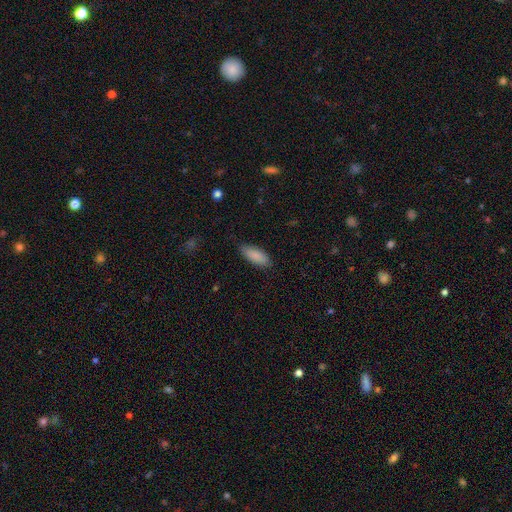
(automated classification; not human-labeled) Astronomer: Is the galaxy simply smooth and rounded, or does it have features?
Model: smooth — 88%.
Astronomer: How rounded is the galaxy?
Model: in between — 80%.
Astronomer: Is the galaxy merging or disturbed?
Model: none — 84%.